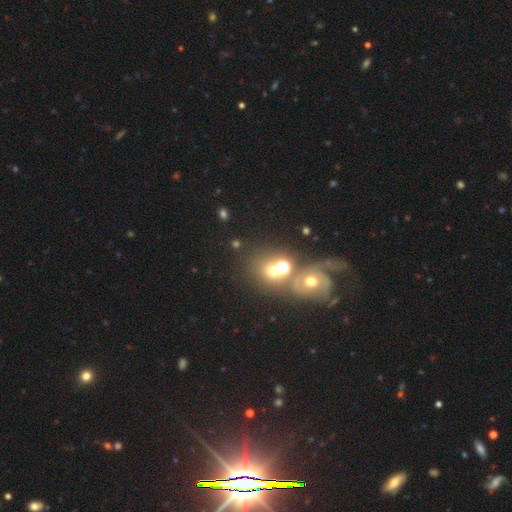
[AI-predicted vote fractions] A featured or disk galaxy (37%).

Vote fractions:
- Smooth or featured? featured or disk: 37% / star or artifact: 36% / smooth: 27%
- Merging? merger: 55% / none: 28% / minor disturbance: 9% / major disturbance: 8%